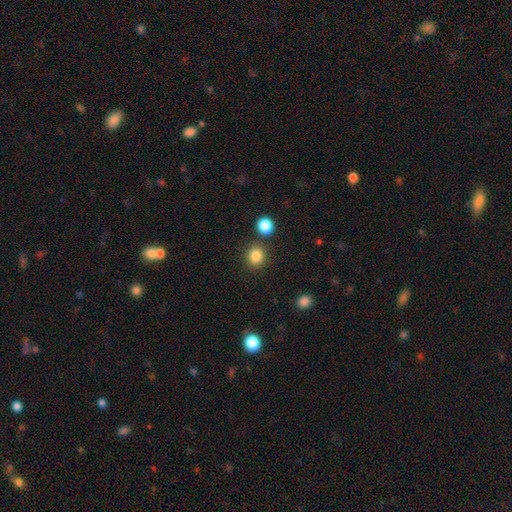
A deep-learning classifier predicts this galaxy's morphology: A smooth galaxy with no disk features (86%) that is round (80%). Merging: none (82%).